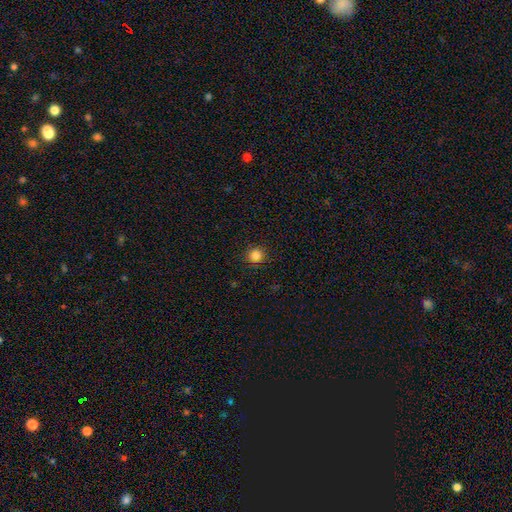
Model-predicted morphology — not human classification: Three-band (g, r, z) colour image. It shows a smooth galaxy with no disk features (83%) that is round (93%). Merging: none (91%).